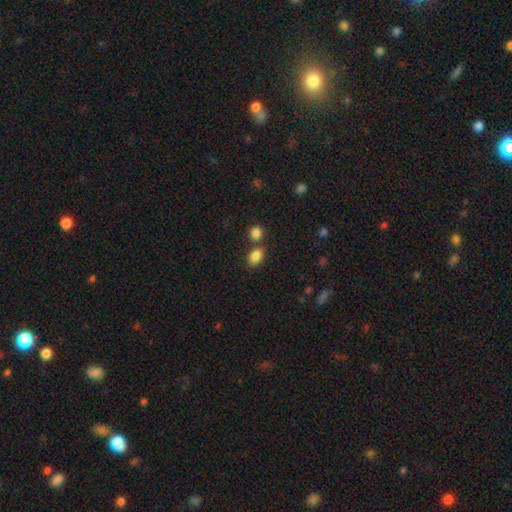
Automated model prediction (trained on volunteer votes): This is clearly a smooth galaxy (85%). How rounded: likely in between (75%). Merging: likely none (64%).